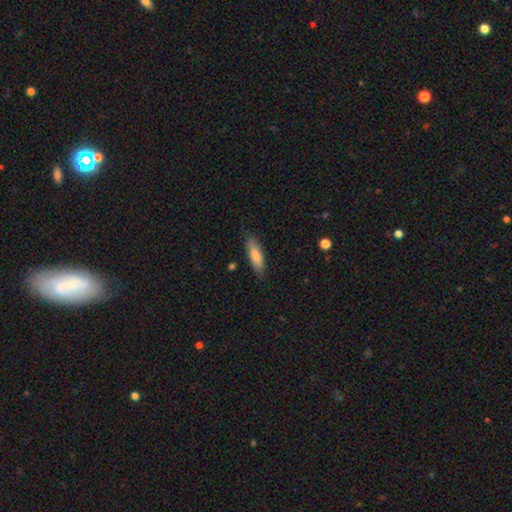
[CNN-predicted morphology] smooth 81%, featured or disk 13%, star or artifact 6%. Down the decision tree: how rounded — in between (54%); merging — none (80%).